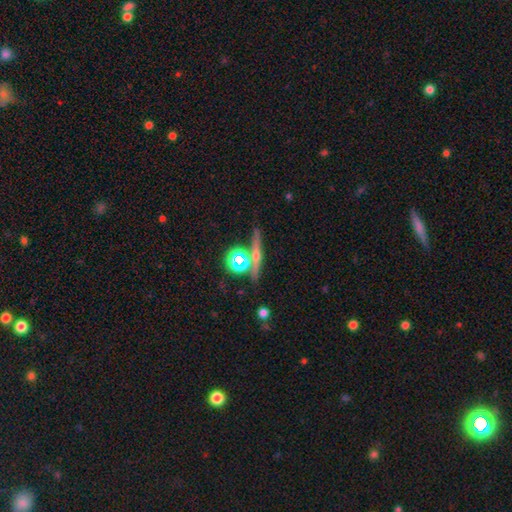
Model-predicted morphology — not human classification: A featured or disk galaxy (50%) viewed edge-on (90%). Merging: none (76%).